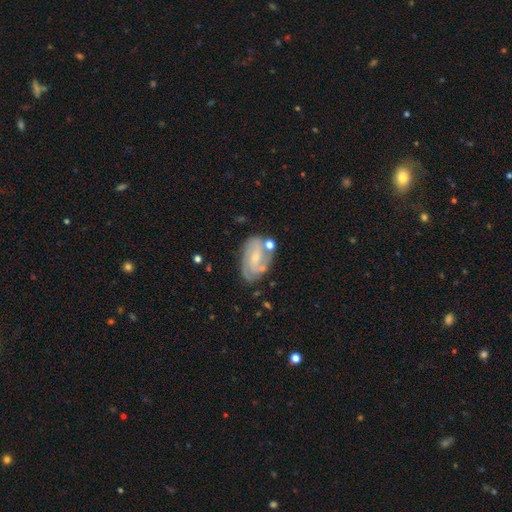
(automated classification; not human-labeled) This is likely a featured or disk galaxy (74%). It is clearly not viewed edge-on (96%). Bar: possibly no (56%). Spiral arm pattern: clearly yes (89%). Spiral arm count: marginally 2 (37%). Spiral winding: marginally tight (45%). Central bulge: likely small (72%). Merging: likely none (62%).